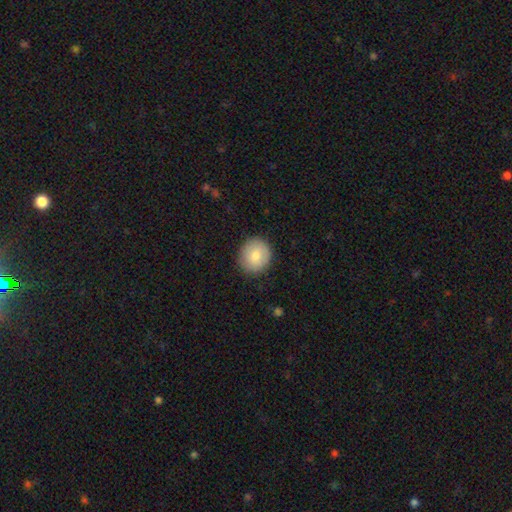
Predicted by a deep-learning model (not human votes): Smooth or featured? smooth (81%)
How rounded? round (85%)
Merging? none (87%)